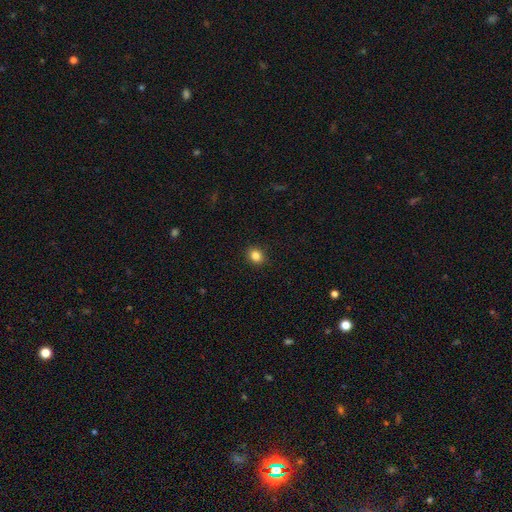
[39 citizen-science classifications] This appears to be a smooth galaxy with no disk features (90%) that is round (77%). Merging: none (89%).